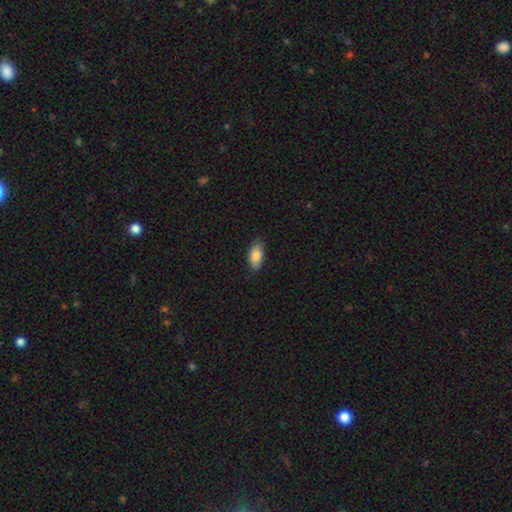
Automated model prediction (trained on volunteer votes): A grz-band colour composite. It shows a smooth galaxy with no disk features (86%) that is in between round and cigar-shaped (91%). Merging: none (83%).